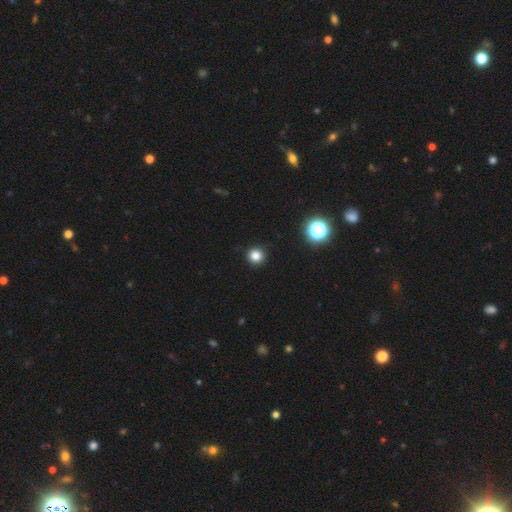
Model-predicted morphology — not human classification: type=smooth (81%); roundness=round (95%); merging=none (92%).